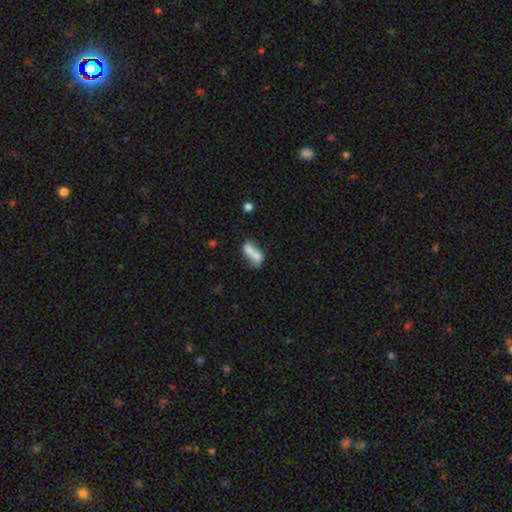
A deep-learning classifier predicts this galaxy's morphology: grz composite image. It shows a smooth galaxy with no disk features (69%) that is in between round and cigar-shaped (77%). Merging: merger (59%).